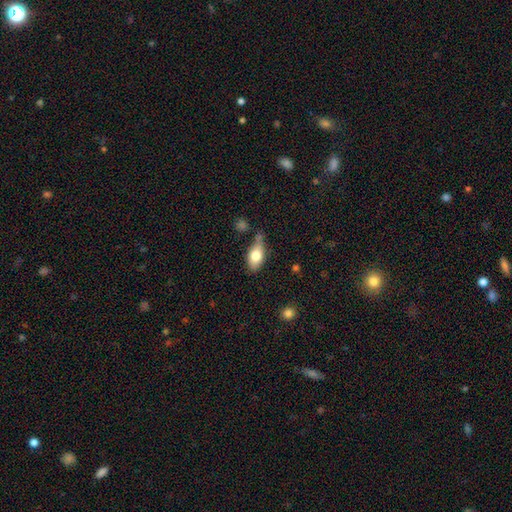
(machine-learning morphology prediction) A smooth galaxy with no disk features (77%) that is in between round and cigar-shaped (88%).

Vote fractions:
- Smooth or featured? smooth: 77% / featured or disk: 16% / star or artifact: 7%
- How rounded? in between: 88% / round: 7% / cigar-shaped: 5%
- Merging? none: 49% / minor disturbance: 31% / merger: 10% / major disturbance: 10%